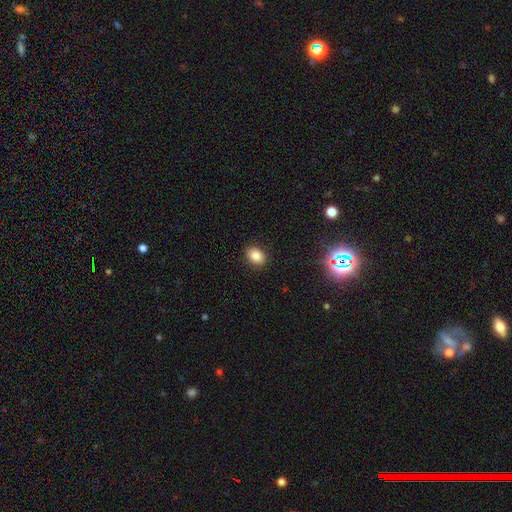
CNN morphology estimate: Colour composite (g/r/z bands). It shows a smooth galaxy with no disk features (83%) that is in between round and cigar-shaped (62%). Merging: none (90%).